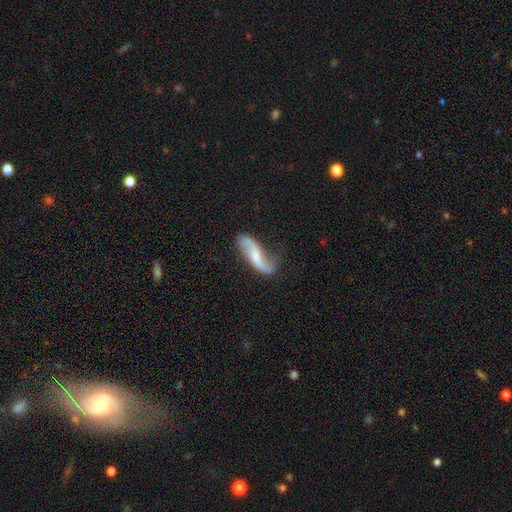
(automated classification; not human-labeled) The model was most divided on "bar" (2-way tie): no: 39%, weak: 39%, strong: 22%. Remaining: spiral arms — yes (92%); spiral arm count — 2 (90%); edge-on disk — no (90%); spiral winding — loose (86%); smooth or featured — featured or disk (72%); merging — none (63%); bulge size — small (46%).